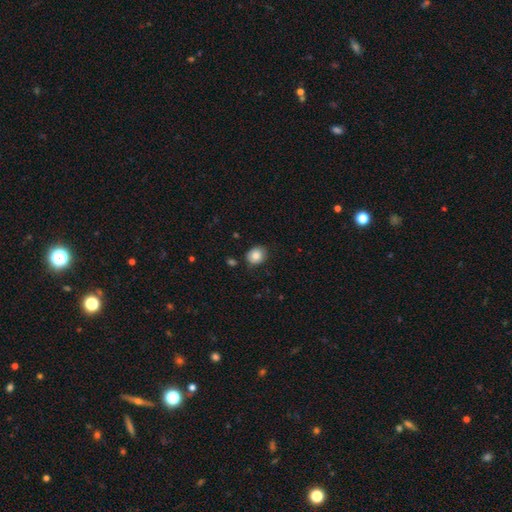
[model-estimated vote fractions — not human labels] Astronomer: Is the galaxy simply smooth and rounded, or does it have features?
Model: smooth — 84%.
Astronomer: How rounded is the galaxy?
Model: round — 63%.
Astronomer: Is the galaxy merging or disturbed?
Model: none — 82%.